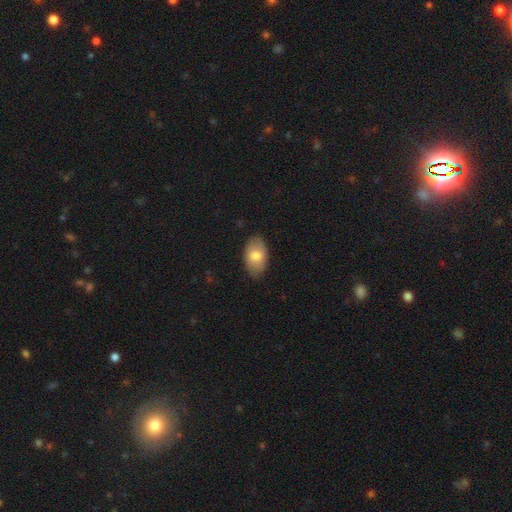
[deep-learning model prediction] The model was most divided on "smooth or featured": smooth: 73%, featured or disk: 21%, star or artifact: 6%. More confident: how rounded — in between (92%); merging — none (83%).